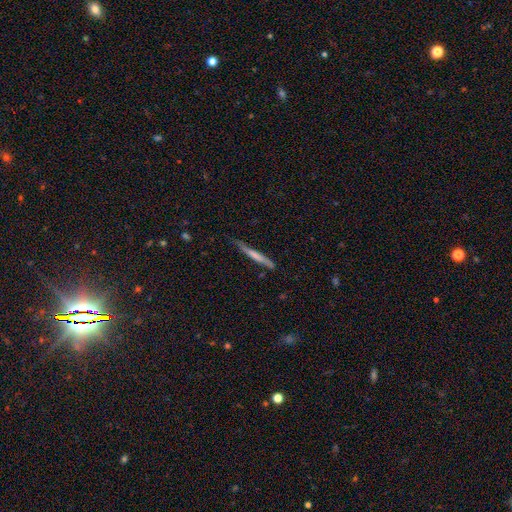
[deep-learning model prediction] smooth_or_featured: smooth (p=0.56) [alt: featured or disk p=0.38]
how_rounded: cigar-shaped (p=0.96) [alt: in between p=0.03]
merging: none (p=0.70) [alt: minor disturbance p=0.23]